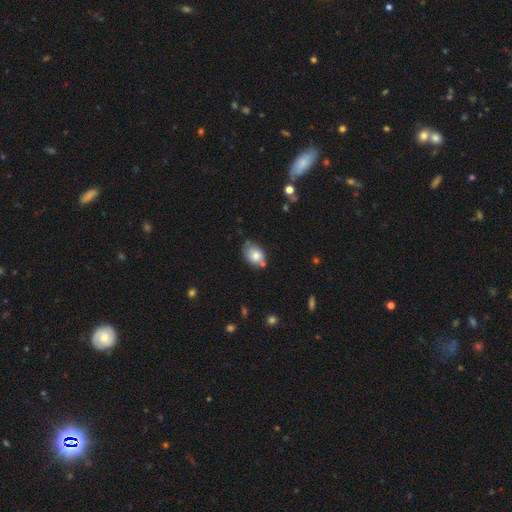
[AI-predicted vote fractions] Smooth or featured? Predicted: smooth (p=0.79). How rounded? Predicted: in between (p=0.74). Merging? Predicted: none (p=0.57).